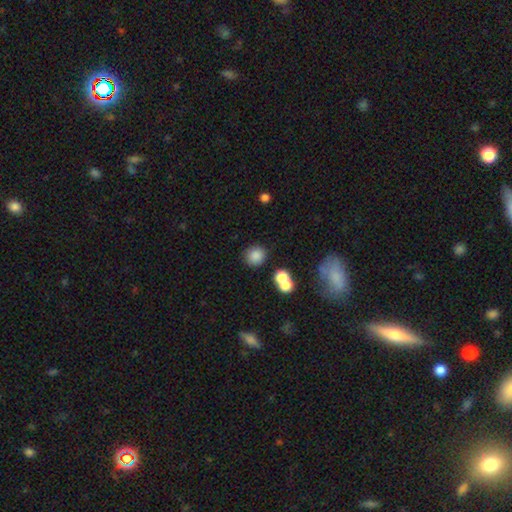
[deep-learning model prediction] This is clearly a smooth galaxy (82%). How rounded: clearly round (87%). Merging: likely none (78%).